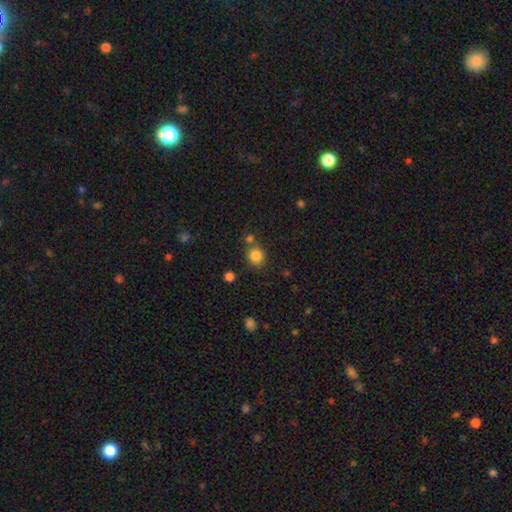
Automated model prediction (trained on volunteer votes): Smooth or featured?
  - smooth: 84% *
  - star or artifact: 11%
  - featured or disk: 5%
How rounded?
  - round: 85% *
  - in between: 14%
  - cigar-shaped: 1%
Merging?
  - none: 74% *
  - merger: 13%
  - minor disturbance: 10%
  - major disturbance: 4%